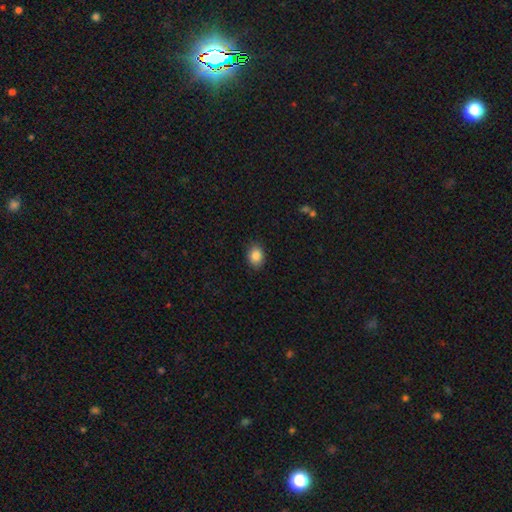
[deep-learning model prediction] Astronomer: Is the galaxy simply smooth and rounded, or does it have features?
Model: smooth — 87%.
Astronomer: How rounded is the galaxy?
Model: in between — 65%.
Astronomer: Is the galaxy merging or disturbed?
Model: none — 88%.